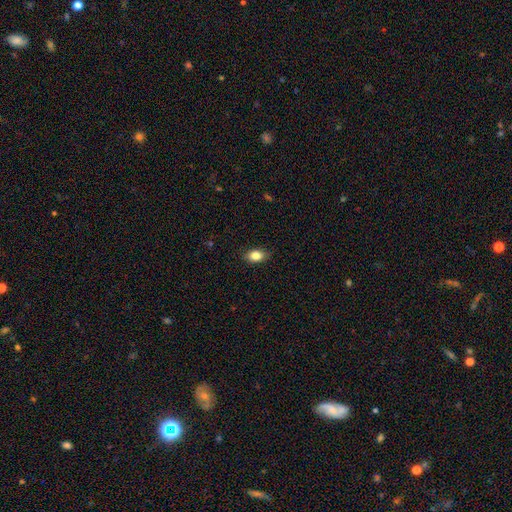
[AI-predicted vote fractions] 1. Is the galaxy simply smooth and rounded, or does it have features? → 84% smooth, 8% star or artifact, 7% featured or disk.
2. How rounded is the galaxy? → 83% in between, 14% round, 3% cigar-shaped.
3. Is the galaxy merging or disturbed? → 85% none, 11% minor disturbance, 2% major disturbance, 1% merger.